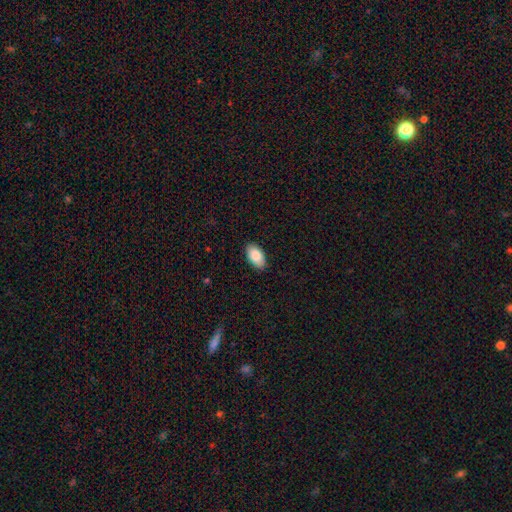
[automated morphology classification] A smooth galaxy with no disk features (88%) that is in between round and cigar-shaped (95%). Merging: none (89%).